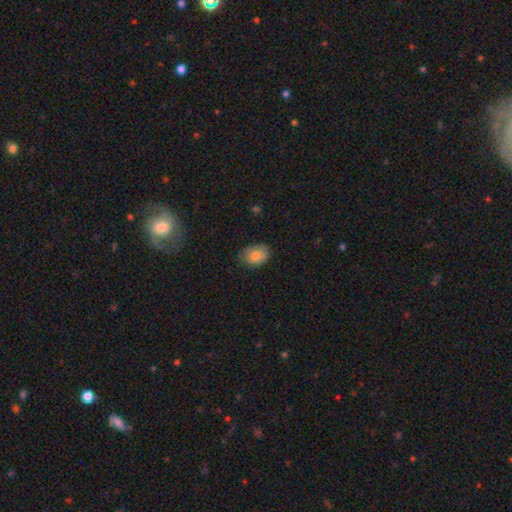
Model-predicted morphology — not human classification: A smooth galaxy with no disk features (82%) that is in between round and cigar-shaped (66%). Merging: none (74%).